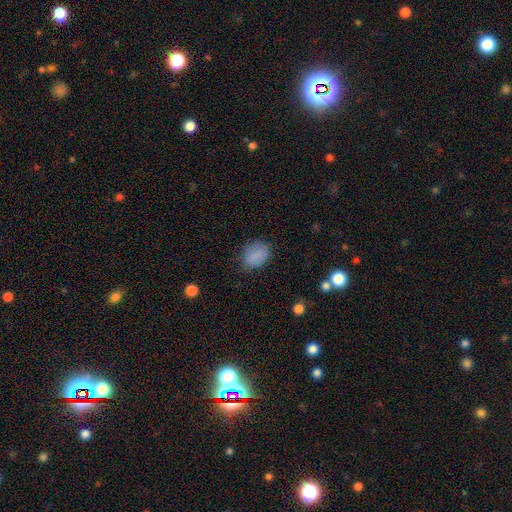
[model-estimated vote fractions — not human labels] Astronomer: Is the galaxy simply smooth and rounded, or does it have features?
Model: smooth — 86%.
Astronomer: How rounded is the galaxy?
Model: in between — 62% (runner-up: round, 37%).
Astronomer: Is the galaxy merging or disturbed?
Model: none — 77%.